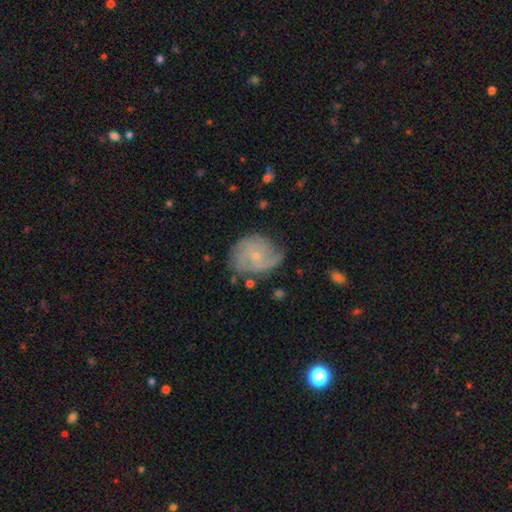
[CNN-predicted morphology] This appears to be a featured or disk galaxy (72%) with no bar (76%), 2 (31%) tight (48%) spiral arms (91%) and a small central bulge (77%). Merging: none (62%).